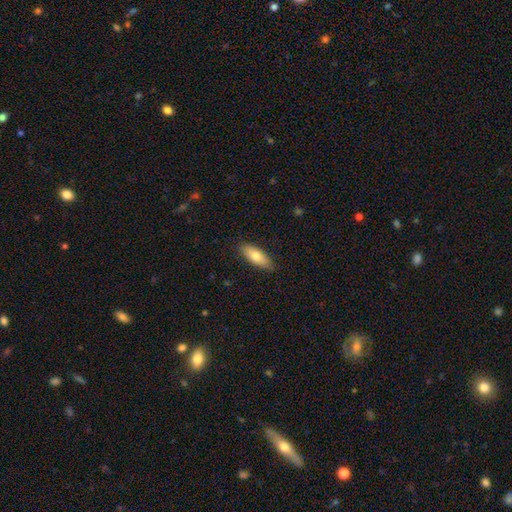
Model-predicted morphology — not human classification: Overall: smooth (77%). How rounded: in between (70%). Merging: none (87%).